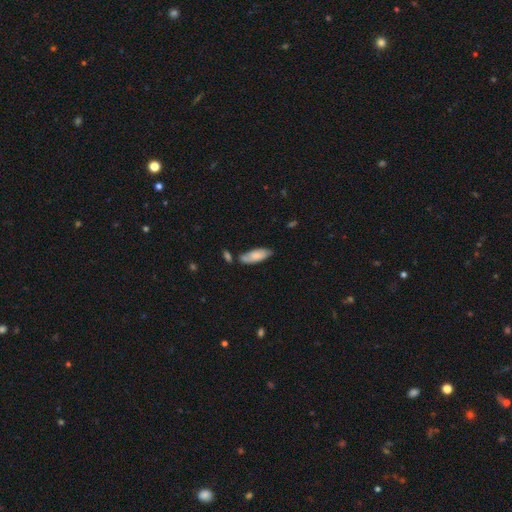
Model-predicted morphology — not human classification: Q: Smooth or featured?
A: smooth (75%); runner-up: featured or disk (18%)
Q: How rounded?
A: in between (72%); runner-up: cigar-shaped (27%)
Q: Merging?
A: none (61%); runner-up: minor disturbance (23%)